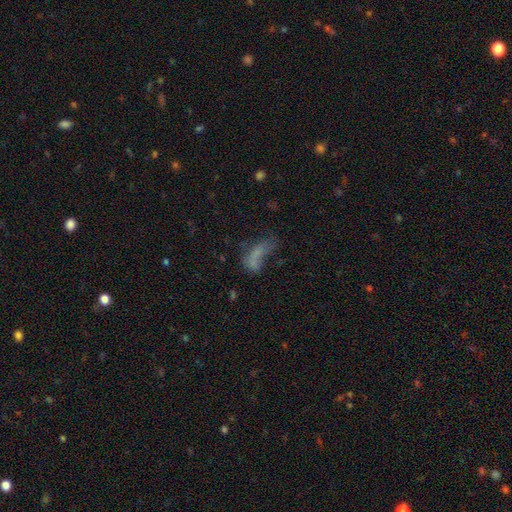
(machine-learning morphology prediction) type=smooth (56%); roundness=in between (73%); merging=major disturbance (38%).